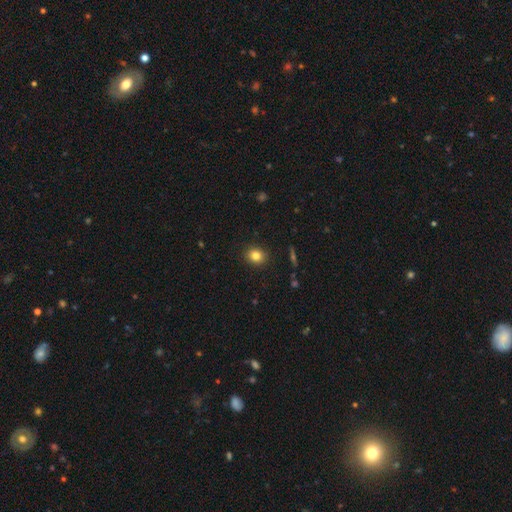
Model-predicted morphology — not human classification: The model was most divided on "how rounded": round: 70%, in between: 29%, cigar-shaped: 1%. More confident: merging — none (90%); smooth or featured — smooth (83%).